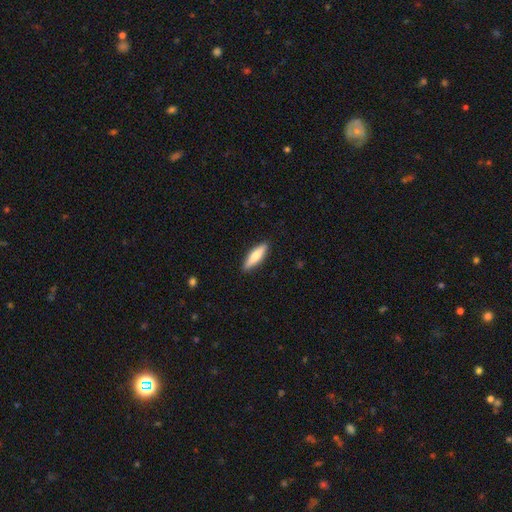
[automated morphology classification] Smooth or featured: smooth — 65% (featured or disk — 30%)
How rounded: cigar-shaped — 68% (in between — 30%)
Merging: none — 90% (minor disturbance — 7%)